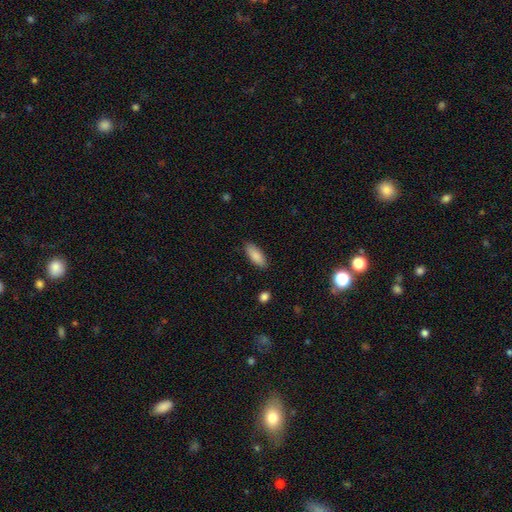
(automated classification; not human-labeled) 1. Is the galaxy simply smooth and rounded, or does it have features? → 87% smooth, 6% featured or disk, 6% star or artifact.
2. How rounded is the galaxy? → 78% in between, 20% cigar-shaped, 2% round.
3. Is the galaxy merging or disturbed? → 86% none, 10% minor disturbance, 2% major disturbance, 1% merger.